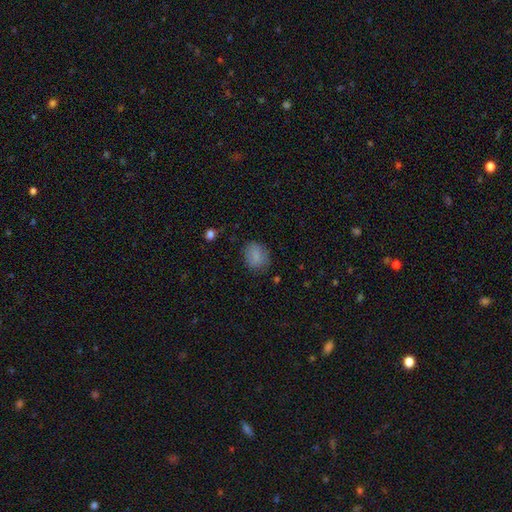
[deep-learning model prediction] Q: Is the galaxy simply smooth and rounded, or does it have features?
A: smooth — 83%.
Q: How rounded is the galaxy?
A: round — 53%.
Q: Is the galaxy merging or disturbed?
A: none — 76%.